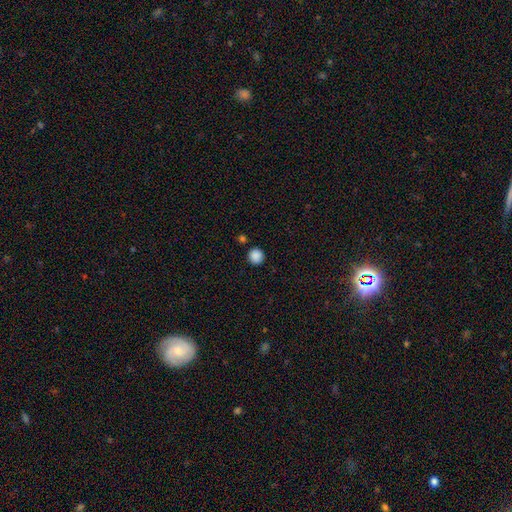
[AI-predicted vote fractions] A smooth galaxy with no disk features (88%) that is round (94%).

Vote fractions:
- Smooth or featured? smooth: 88% / star or artifact: 10% / featured or disk: 3%
- How rounded? round: 94% / in between: 5% / cigar-shaped: 1%
- Merging? none: 89% / minor disturbance: 6% / merger: 3% / major disturbance: 2%